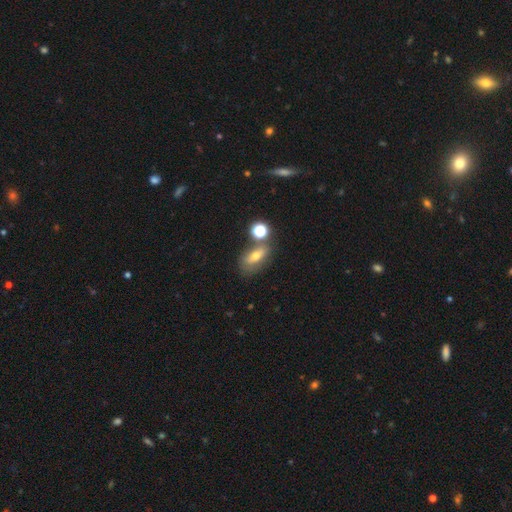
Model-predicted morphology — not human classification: A smooth galaxy with no disk features (61%) that is in between round and cigar-shaped (69%).

Vote fractions:
- Smooth or featured? smooth: 61% / featured or disk: 25% / star or artifact: 14%
- How rounded? in between: 69% / cigar-shaped: 16% / round: 15%
- Merging? none: 57% / merger: 18% / minor disturbance: 17% / major disturbance: 8%